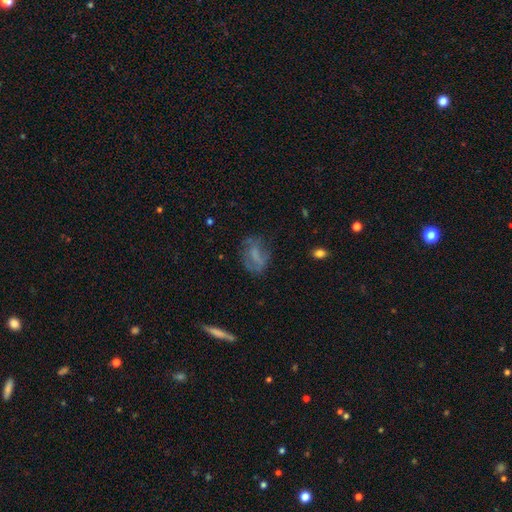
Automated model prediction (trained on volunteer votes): Smooth or featured?
  - smooth: 48% *
  - featured or disk: 39%
  - star or artifact: 13%
Merging?
  - none: 53% *
  - minor disturbance: 24%
  - major disturbance: 20%
  - merger: 3%